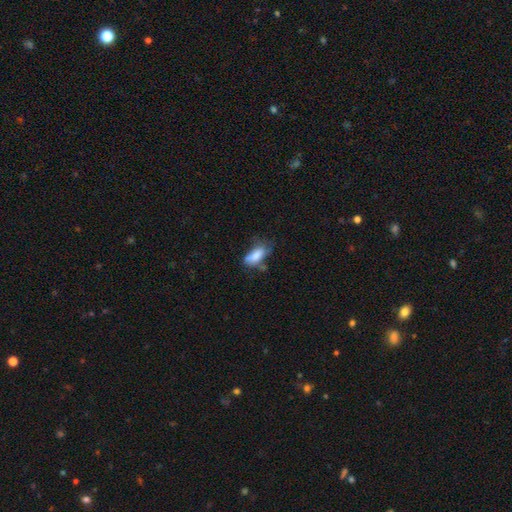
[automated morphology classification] Overall: smooth (76%). How rounded: in between (83%). Merging: none (38%; minor disturbance 32%).